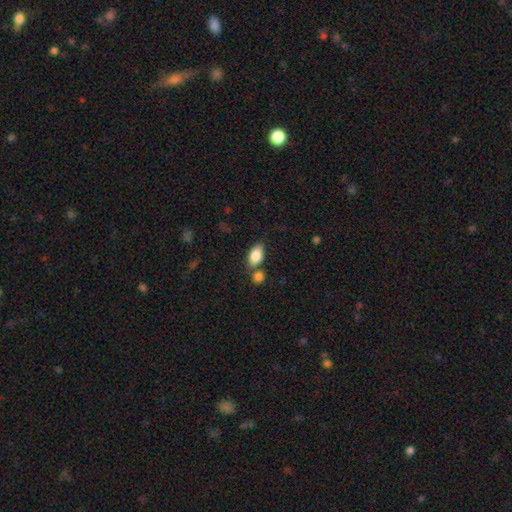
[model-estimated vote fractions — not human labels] A smooth galaxy with no disk features (86%) that is in between round and cigar-shaped (90%). Merging: none (60%).